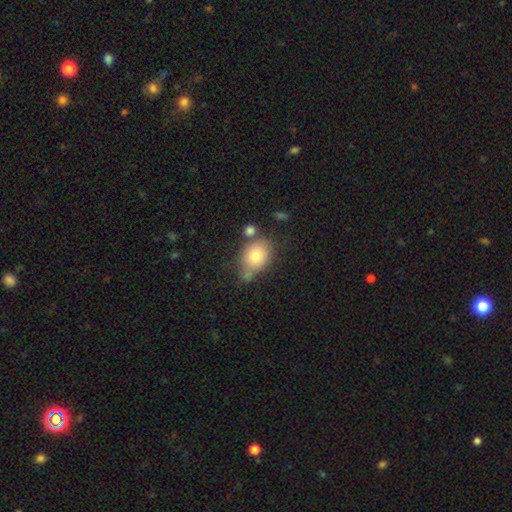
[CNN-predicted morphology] smooth 75%, featured or disk 16%, star or artifact 9%. Down the decision tree: how rounded — in between (53%); merging — none (52%).